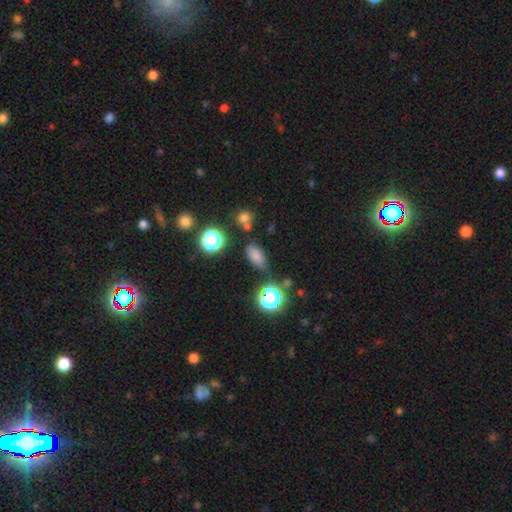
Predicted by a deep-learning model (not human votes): This appears to be a smooth galaxy with no disk features (74%) that is in between round and cigar-shaped (83%). Merging: none (73%).